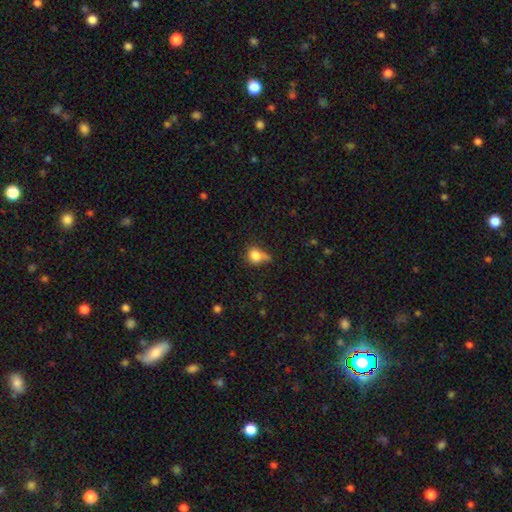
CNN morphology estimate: type=smooth (79%); roundness=round (56%); merging=none (36%).